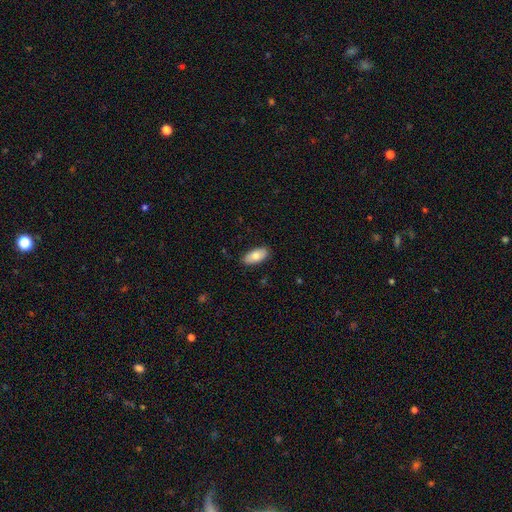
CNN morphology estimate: A smooth galaxy with no disk features (77%) that is in between round and cigar-shaped (91%). Merging: none (87%).